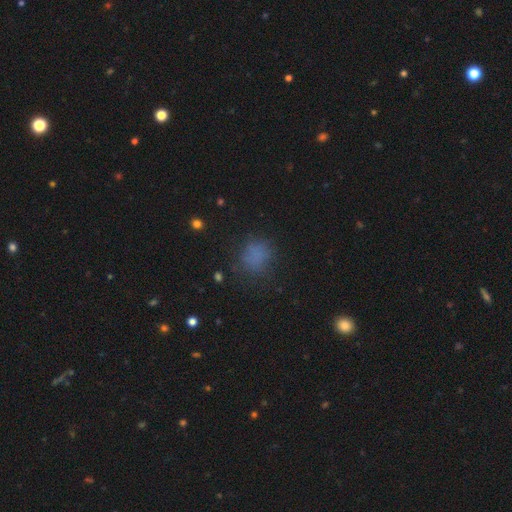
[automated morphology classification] smooth_or_featured: smooth (p=0.73) [alt: star or artifact p=0.18]
how_rounded: round (p=0.72) [alt: in between p=0.27]
merging: none (p=0.72) [alt: minor disturbance p=0.17]